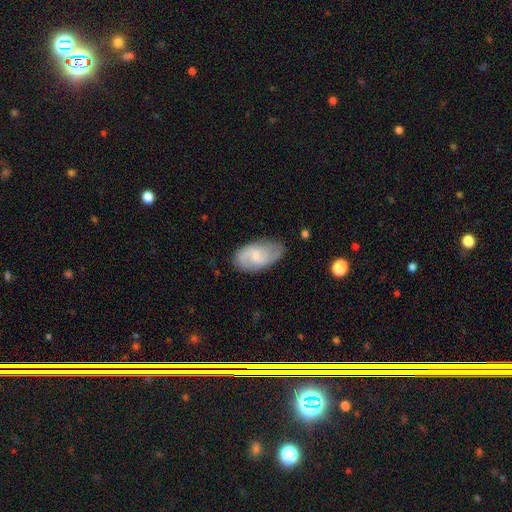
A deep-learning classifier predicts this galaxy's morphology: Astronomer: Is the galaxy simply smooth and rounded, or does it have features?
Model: featured or disk — 62%.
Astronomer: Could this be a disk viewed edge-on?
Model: no — 96%.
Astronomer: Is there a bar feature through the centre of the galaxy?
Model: weak — 52% (runner-up: no, 40%).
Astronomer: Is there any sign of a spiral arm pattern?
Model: yes — 90%.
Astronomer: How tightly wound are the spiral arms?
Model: medium — 45% (runner-up: loose, 35%).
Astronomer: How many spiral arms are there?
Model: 2 — 77%.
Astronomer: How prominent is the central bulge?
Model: small — 56%.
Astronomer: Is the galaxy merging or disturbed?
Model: none — 75%.